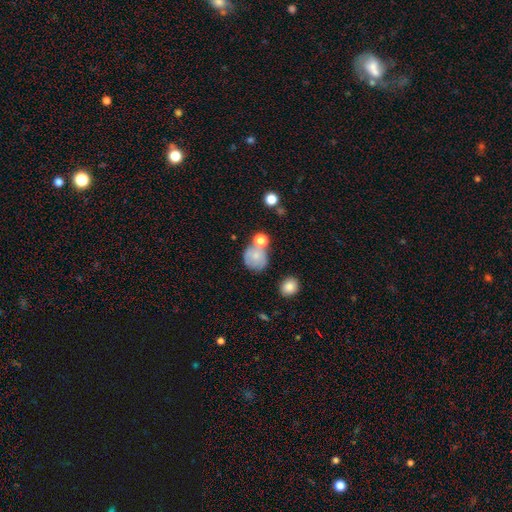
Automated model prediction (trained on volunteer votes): smooth 66%, featured or disk 24%, star or artifact 10%. Down the decision tree: how rounded — round (79%); merging — none (50%).